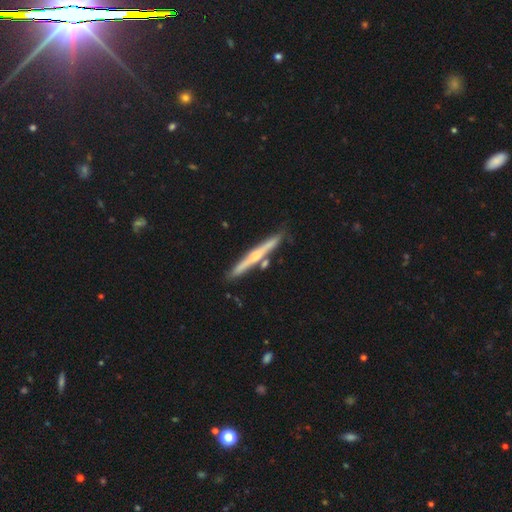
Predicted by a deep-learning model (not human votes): smooth_or_featured: featured or disk (p=0.63) [alt: smooth p=0.31]
disk_edge_on: yes (p=0.97) [alt: no p=0.03]
edge_on_bulge: rounded (p=0.66) [alt: none p=0.28]
merging: none (p=0.82) [alt: minor disturbance p=0.09]